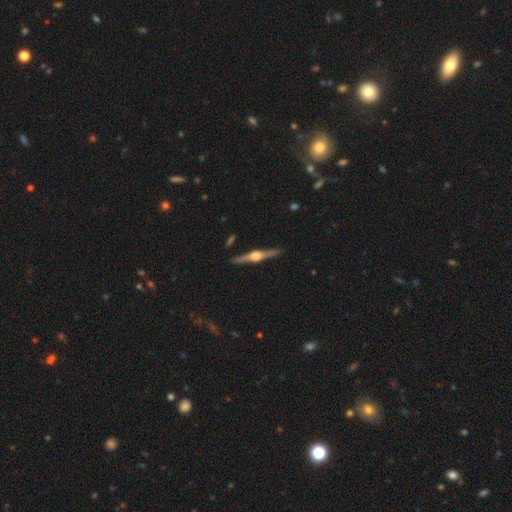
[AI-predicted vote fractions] featured or disk 84%, smooth 11%, star or artifact 5%. Down the decision tree: edge-on disk — yes (98%); edge-on bulge — rounded (93%); merging — none (91%).